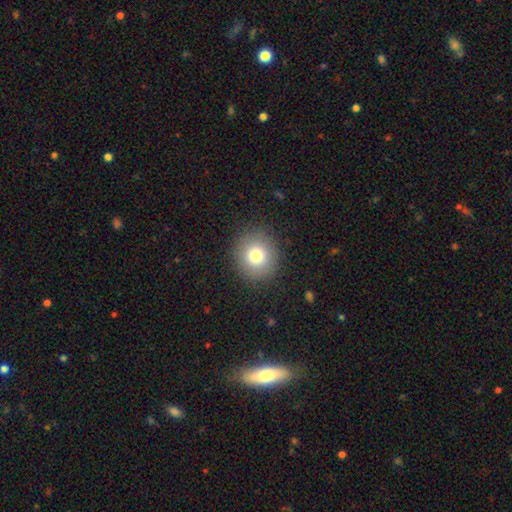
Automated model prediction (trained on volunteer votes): A smooth galaxy with no disk features (78%) that is round (90%). Merging: none (89%).